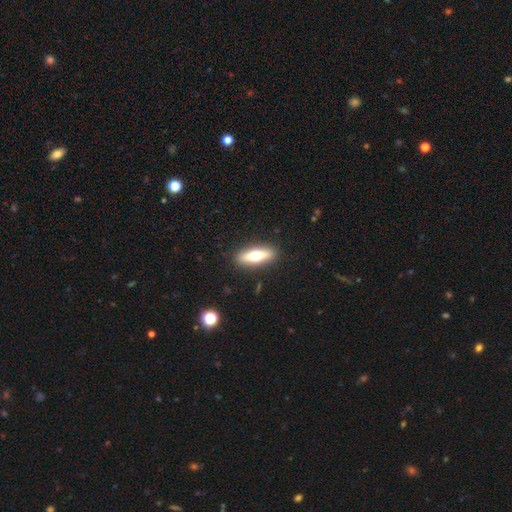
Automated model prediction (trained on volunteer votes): Overall: smooth (53%; featured or disk 40%). How rounded: cigar-shaped (51%; in between 46%). Merging: none (89%).